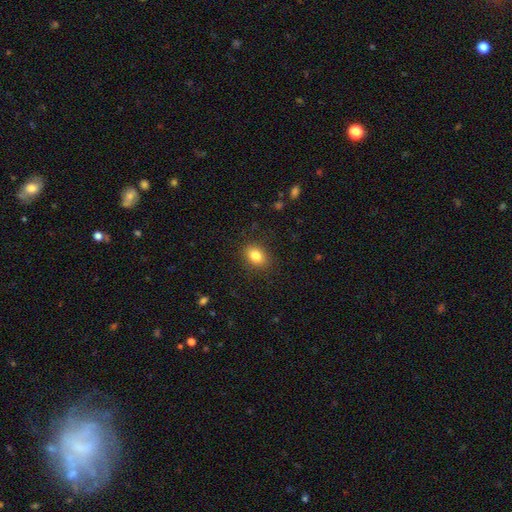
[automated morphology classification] This is clearly a smooth galaxy (83%). How rounded: likely in between (67%). Merging: clearly none (87%).